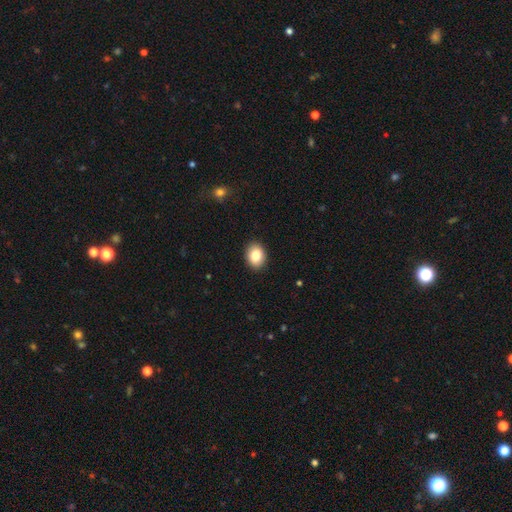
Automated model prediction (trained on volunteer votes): Smooth or featured?
  - smooth: 84% *
  - star or artifact: 8%
  - featured or disk: 8%
How rounded?
  - in between: 64% *
  - round: 35%
  - cigar-shaped: 1%
Merging?
  - none: 90% *
  - minor disturbance: 7%
  - major disturbance: 2%
  - merger: 1%